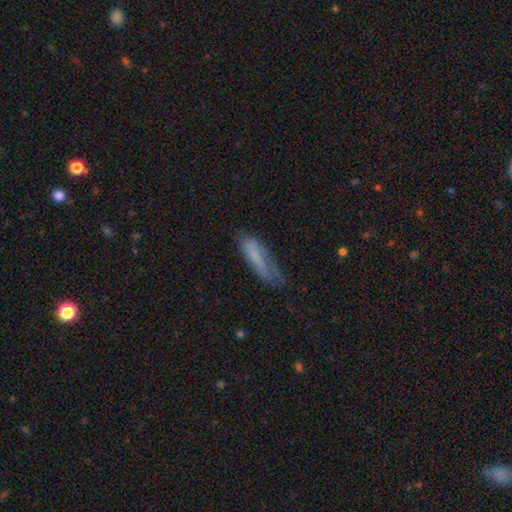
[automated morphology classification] Q: Smooth or featured?
A: smooth (64%); runner-up: featured or disk (28%)
Q: How rounded?
A: cigar-shaped (62%); runner-up: in between (36%)
Q: Merging?
A: none (43%); runner-up: minor disturbance (34%)